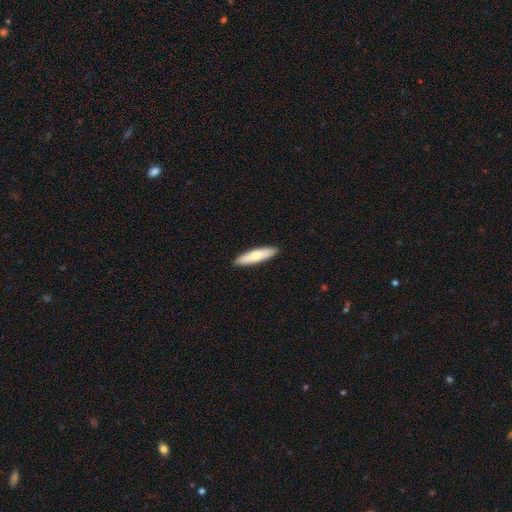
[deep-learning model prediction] Smooth or featured? smooth (66%)
How rounded? cigar-shaped (76%)
Merging? none (91%)